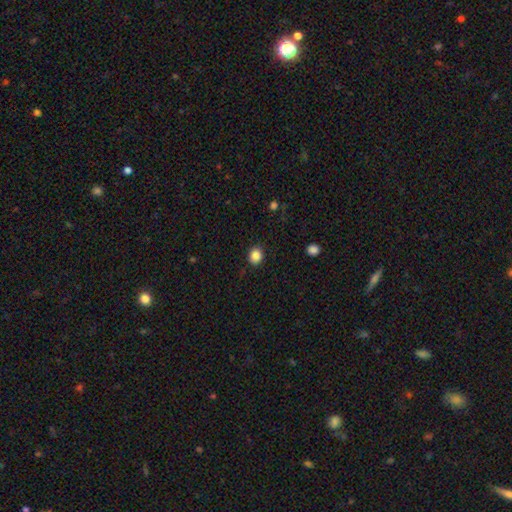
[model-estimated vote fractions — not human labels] smooth 86%, star or artifact 10%, featured or disk 4%. Down the decision tree: how rounded — round (68%); merging — none (90%).